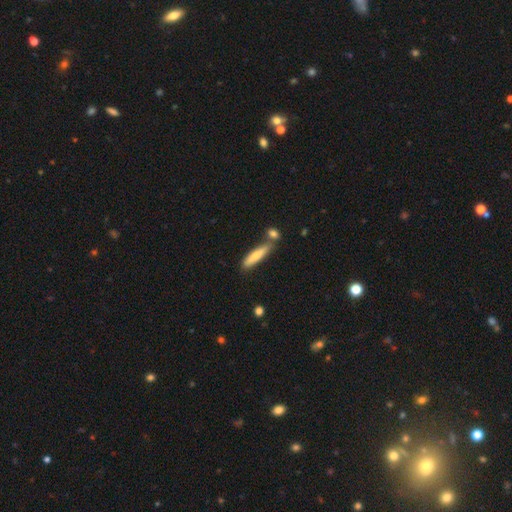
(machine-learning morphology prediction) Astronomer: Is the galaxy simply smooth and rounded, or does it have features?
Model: smooth — 72%.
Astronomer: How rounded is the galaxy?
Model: cigar-shaped — 83%.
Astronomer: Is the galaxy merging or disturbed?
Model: none — 69%.